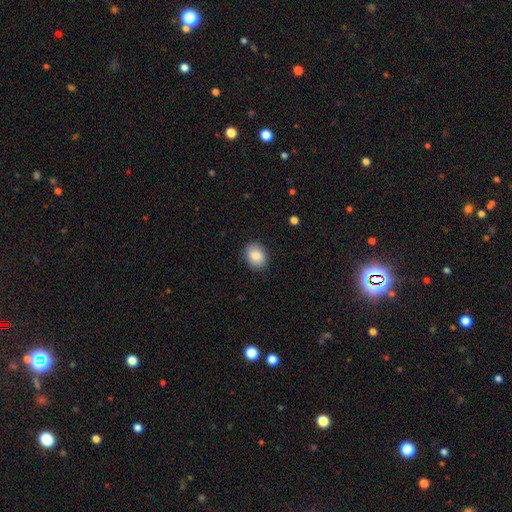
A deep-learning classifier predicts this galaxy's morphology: The model was most divided on "how rounded": in between: 63%, round: 36%, cigar-shaped: 1%. More confident: smooth or featured — smooth (88%); merging — none (87%).